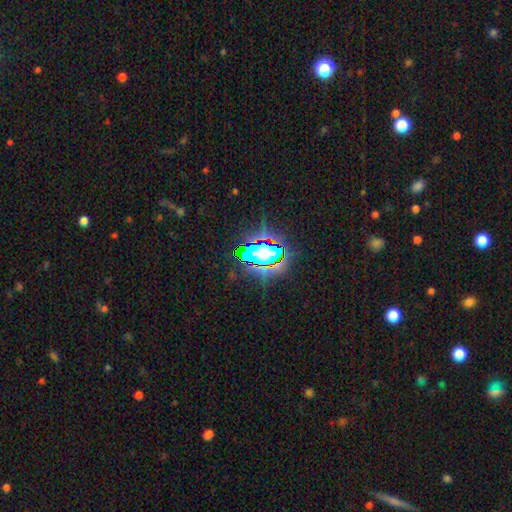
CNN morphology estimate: type=star or artifact (76%).